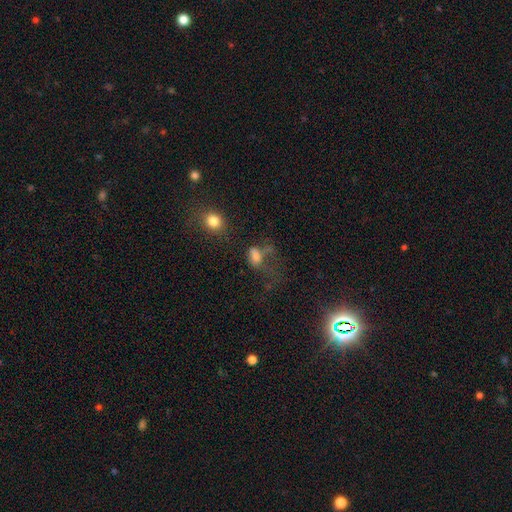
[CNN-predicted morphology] Q: Smooth or featured?
A: smooth (65%); runner-up: star or artifact (19%)
Q: How rounded?
A: in between (75%); runner-up: round (20%)
Q: Merging?
A: major disturbance (40%); runner-up: none (28%)